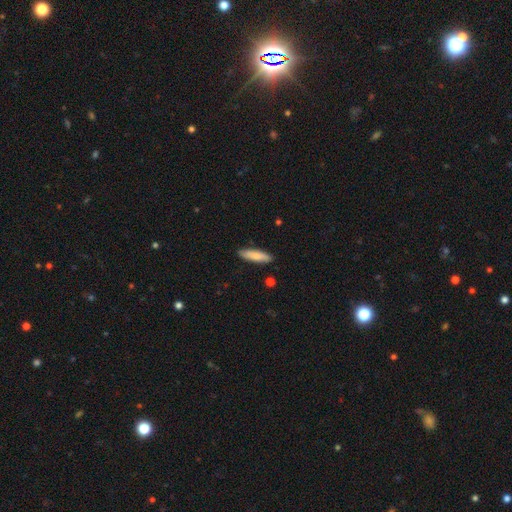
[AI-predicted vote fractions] Q: Smooth or featured?
A: smooth (81%); runner-up: featured or disk (14%)
Q: How rounded?
A: cigar-shaped (70%); runner-up: in between (29%)
Q: Merging?
A: none (87%); runner-up: minor disturbance (10%)